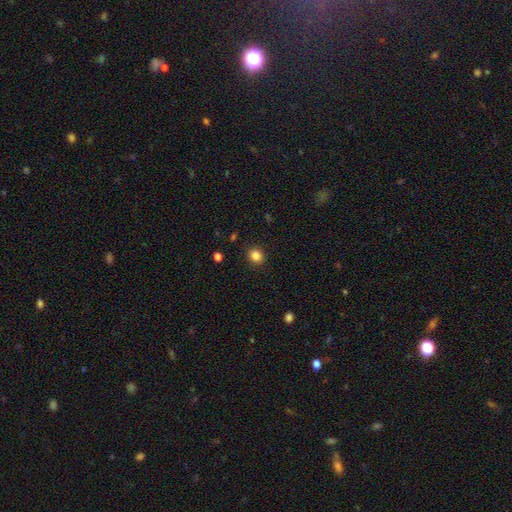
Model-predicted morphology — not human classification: The model was most divided on "how rounded": round: 73%, in between: 26%, cigar-shaped: 1%. More confident: merging — none (90%); smooth or featured — smooth (85%).